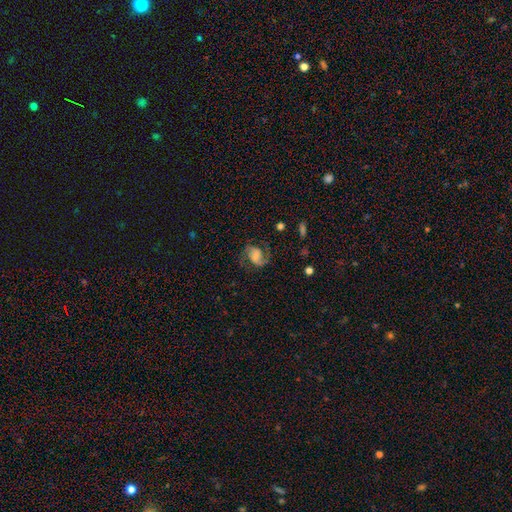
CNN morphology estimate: This is likely a featured or disk galaxy (80%). It is clearly not viewed edge-on (98%). Bar: possibly no (46%). Spiral arm pattern: clearly yes (95%). Spiral arm count: clearly 2 (89%). Spiral winding: possibly medium (54%). Central bulge: marginally small (43%). Merging: likely none (70%).